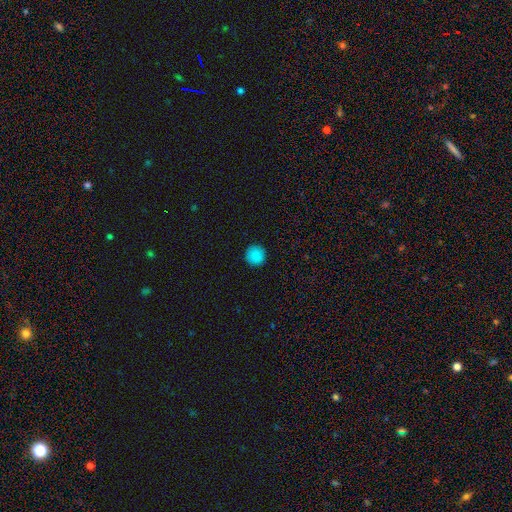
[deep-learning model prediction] Smooth or featured?
  - smooth: 88% *
  - star or artifact: 9%
  - featured or disk: 3%
How rounded?
  - round: 95% *
  - in between: 4%
  - cigar-shaped: 1%
Merging?
  - none: 92% *
  - minor disturbance: 5%
  - major disturbance: 2%
  - merger: 1%